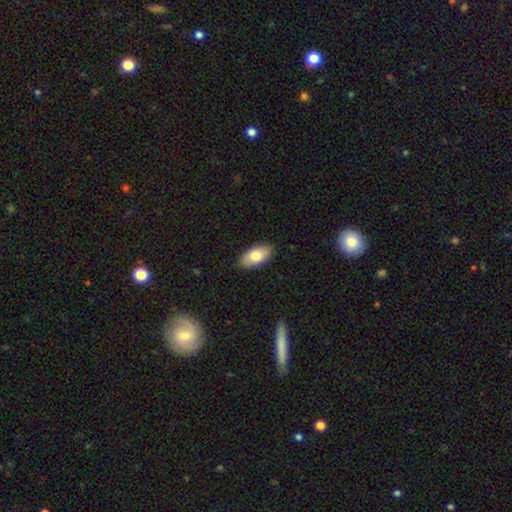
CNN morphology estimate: This appears to be a smooth galaxy with no disk features (77%) that is in between round and cigar-shaped (92%). Merging: none (89%).